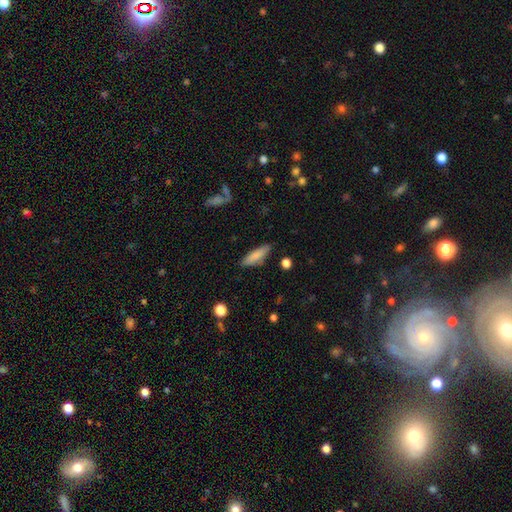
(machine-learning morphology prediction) smooth 80%, featured or disk 13%, star or artifact 7%. Down the decision tree: how rounded — cigar-shaped (52%); merging — none (80%).